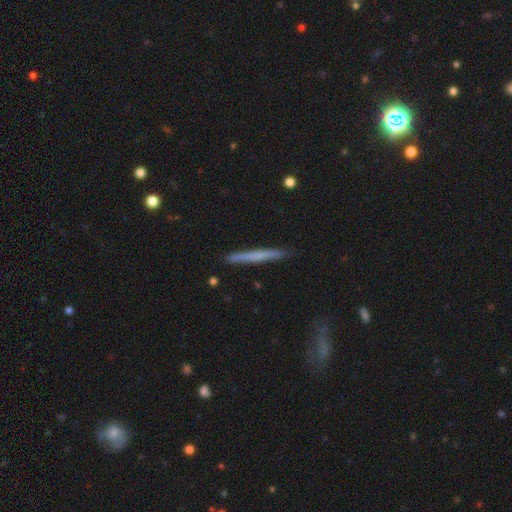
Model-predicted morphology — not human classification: A smooth galaxy with no disk features (55%) that is cigar-shaped (97%).

Vote fractions:
- Smooth or featured? smooth: 55% / featured or disk: 39% / star or artifact: 6%
- How rounded? cigar-shaped: 97% / in between: 2% / round: 1%
- Merging? none: 91% / minor disturbance: 7% / major disturbance: 1% / merger: 1%